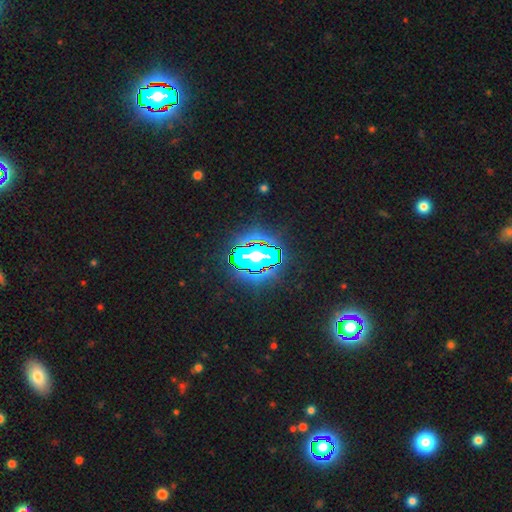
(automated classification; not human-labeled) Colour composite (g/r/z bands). It shows a star or artifact, not a galaxy (65%).